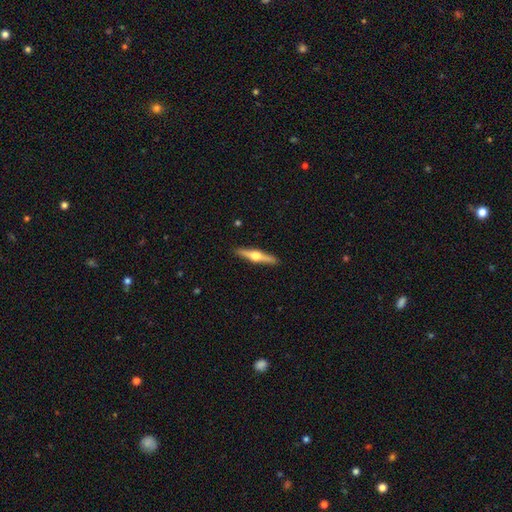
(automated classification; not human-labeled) Morphology: type=featured or disk (70%); edge-on=yes (97%); edge-on bulge=rounded (96%); merging=none (91%).